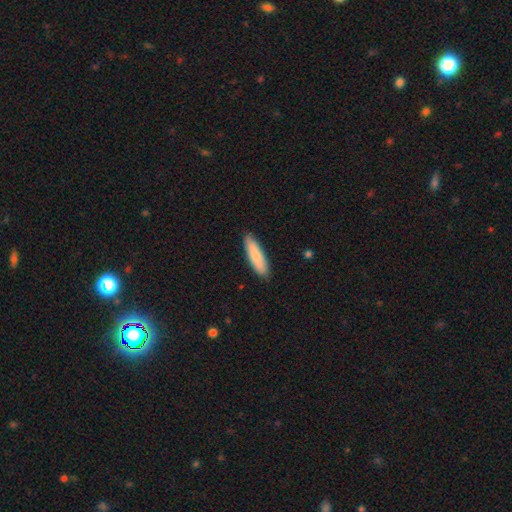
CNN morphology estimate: Smooth or featured? Predicted: smooth (p=0.82). How rounded? Predicted: cigar-shaped (p=0.68). Merging? Predicted: none (p=0.88).